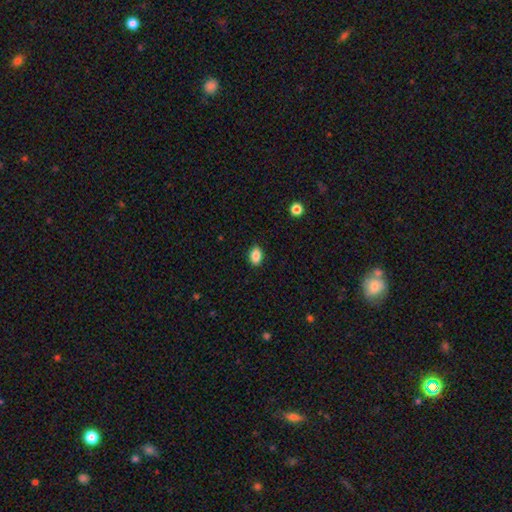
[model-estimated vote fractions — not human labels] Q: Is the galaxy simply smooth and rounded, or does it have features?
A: smooth — 87%.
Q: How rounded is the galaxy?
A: in between — 81%.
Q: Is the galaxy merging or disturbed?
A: none — 89%.